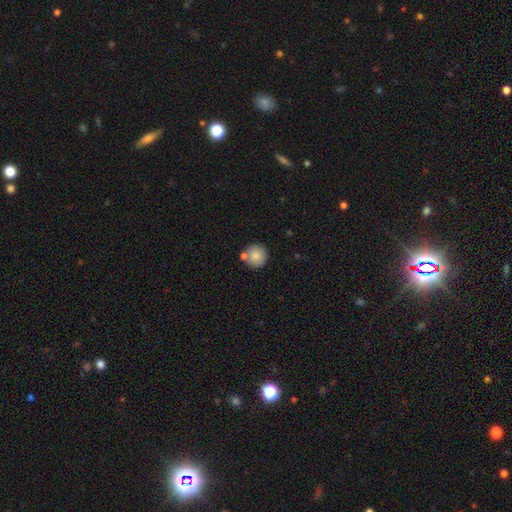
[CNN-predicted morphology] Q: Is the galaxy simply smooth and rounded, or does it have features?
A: smooth — 82%.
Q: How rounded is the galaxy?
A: round — 95%.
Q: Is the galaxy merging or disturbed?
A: none — 71%.